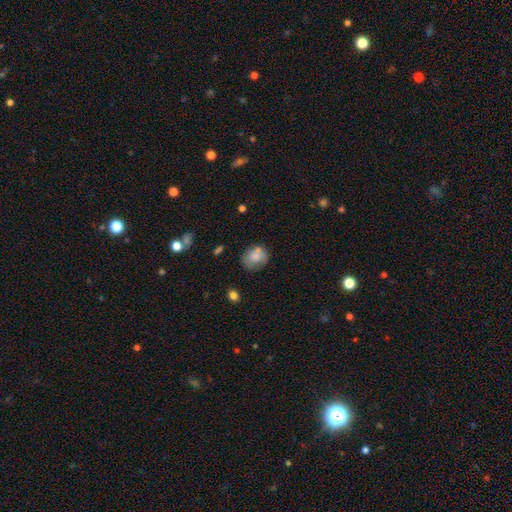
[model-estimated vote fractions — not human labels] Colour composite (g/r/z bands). It shows a smooth galaxy with no disk features (69%) that is round (67%). Merging: none (53%).